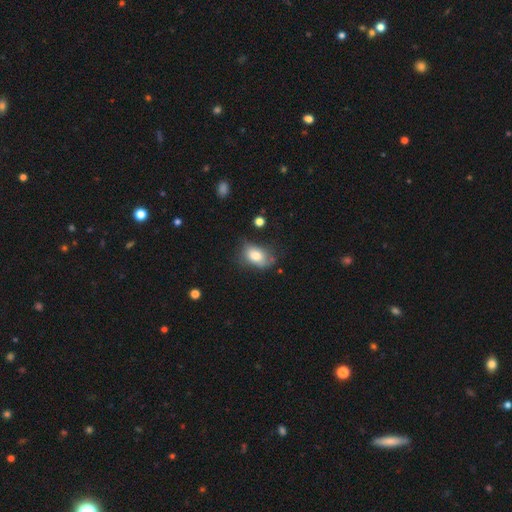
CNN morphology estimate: This is likely a smooth galaxy (78%). How rounded: clearly in between (81%). Merging: possibly none (56%).